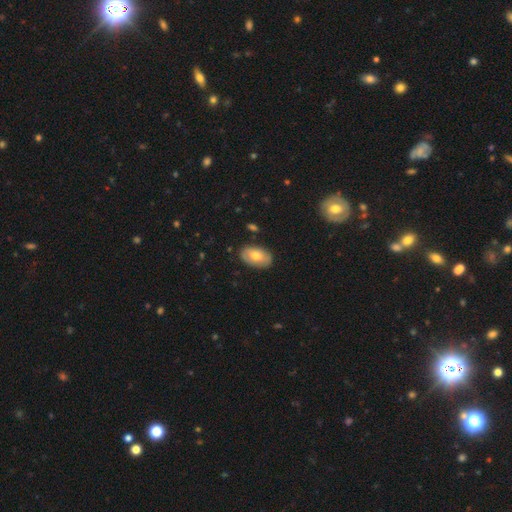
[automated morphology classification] Smooth or featured? smooth (70%)
How rounded? in between (93%)
Merging? none (85%)